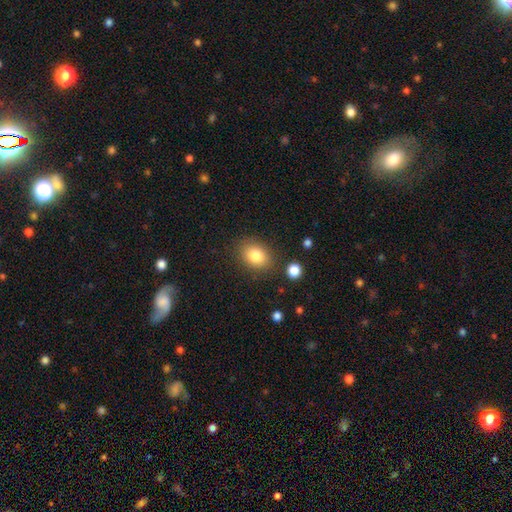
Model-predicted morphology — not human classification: smooth-or-featured: smooth: 83% | star or artifact: 9% | featured or disk: 8%
  how-rounded: in between: 68% | round: 31% | cigar-shaped: 1%
  merging: none: 83% | minor disturbance: 11% | major disturbance: 3% | merger: 3%